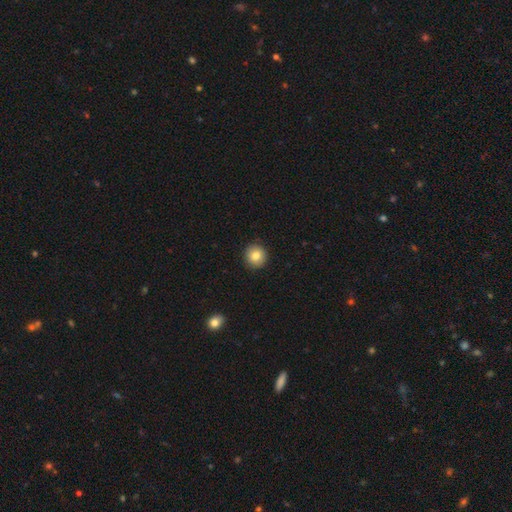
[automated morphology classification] smooth_or_featured: smooth (p=0.82) [alt: star or artifact p=0.09]
how_rounded: round (p=0.93) [alt: in between p=0.06]
merging: none (p=0.92) [alt: minor disturbance p=0.05]